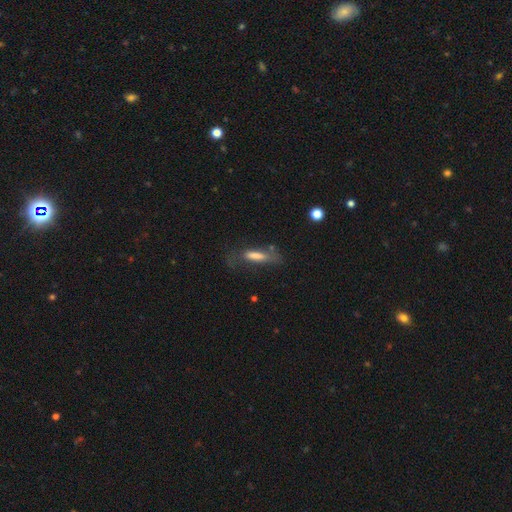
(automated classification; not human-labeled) Morphology: type=smooth (68%); roundness=cigar-shaped (72%); merging=none (50%).